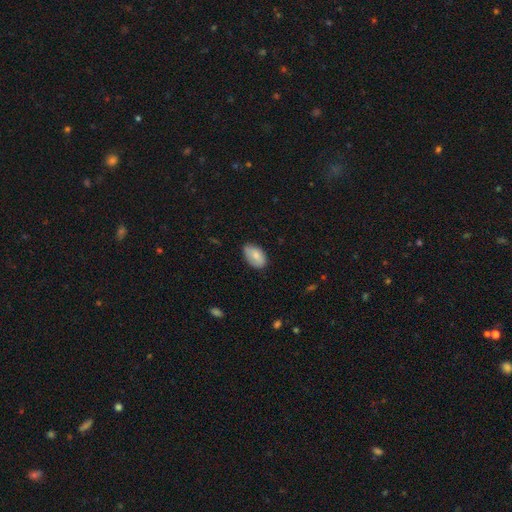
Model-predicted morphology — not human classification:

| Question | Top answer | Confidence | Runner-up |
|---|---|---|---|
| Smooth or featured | smooth | 78% | featured or disk (15%) |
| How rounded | in between | 92% | round (6%) |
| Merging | none | 72% | minor disturbance (23%) |